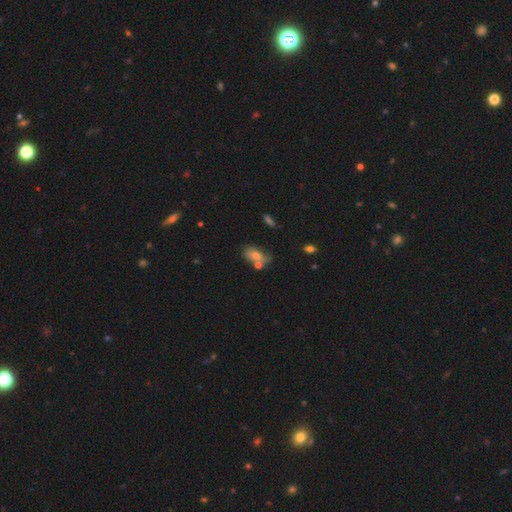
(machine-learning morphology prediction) This appears to be a smooth galaxy with no disk features (65%) that is in between round and cigar-shaped (84%). Merging: none (47%).